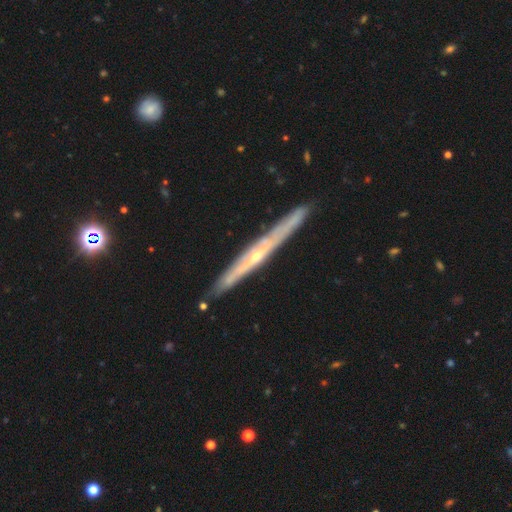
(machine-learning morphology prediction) type=featured or disk (78%); edge-on=yes (94%); edge-on bulge=rounded (63%); merging=none (88%).